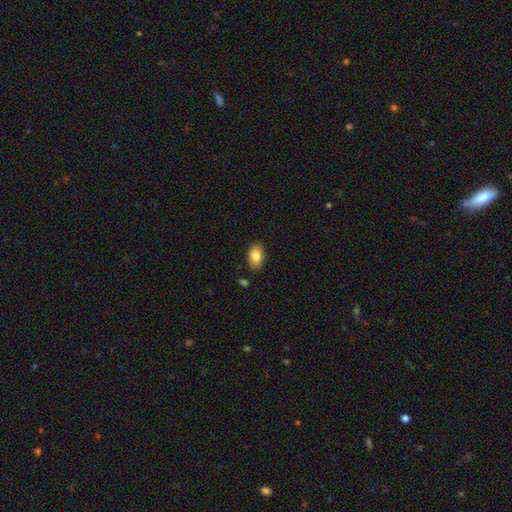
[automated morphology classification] Smooth or featured?
  - smooth: 85% *
  - featured or disk: 8%
  - star or artifact: 7%
How rounded?
  - in between: 91% *
  - round: 8%
  - cigar-shaped: 1%
Merging?
  - none: 86% *
  - minor disturbance: 10%
  - major disturbance: 2%
  - merger: 2%